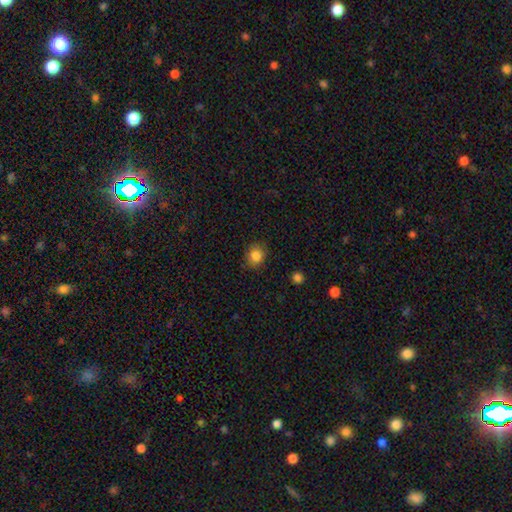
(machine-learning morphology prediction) smooth_or_featured: smooth (p=0.85) [alt: star or artifact p=0.10]
how_rounded: round (p=0.67) [alt: in between p=0.32]
merging: none (p=0.84) [alt: minor disturbance p=0.12]